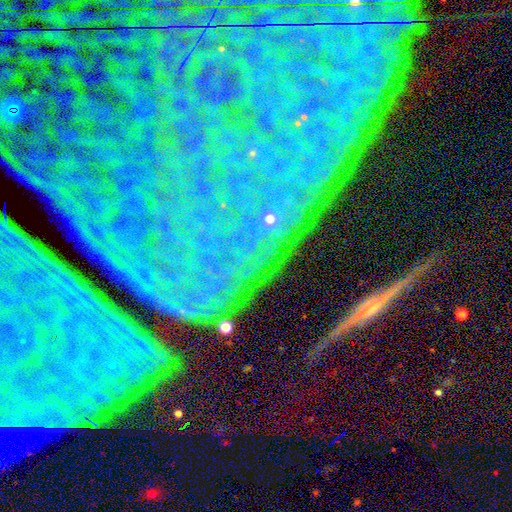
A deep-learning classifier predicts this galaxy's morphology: The model was most divided on "smooth or featured": star or artifact: 66%, featured or disk: 24%, smooth: 10%.